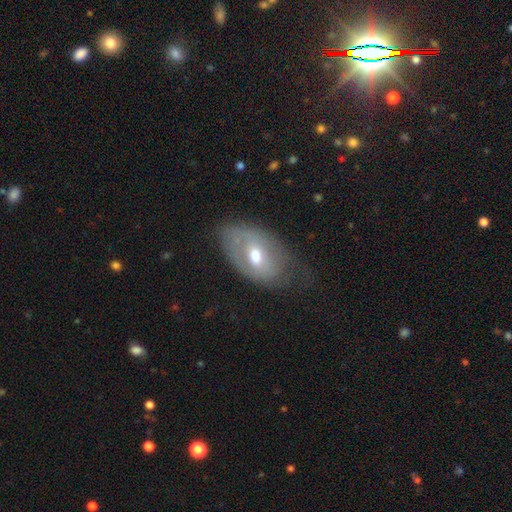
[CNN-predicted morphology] Smooth or featured: featured or disk — 47% (smooth — 45%)
Merging: none — 48% (minor disturbance — 32%)